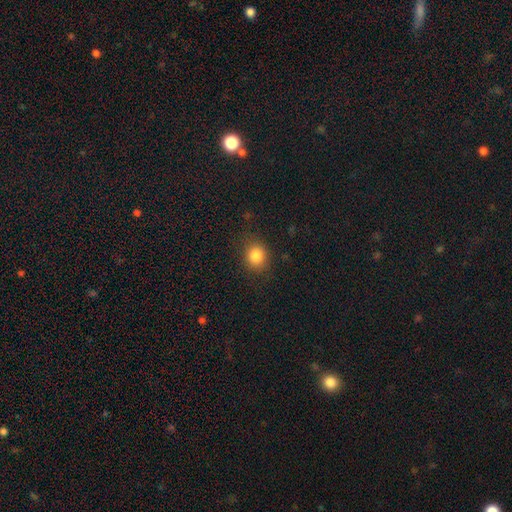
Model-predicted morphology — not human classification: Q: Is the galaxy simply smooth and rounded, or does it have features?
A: smooth — 84%.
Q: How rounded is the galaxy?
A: round — 74%.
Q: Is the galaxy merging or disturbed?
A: none — 84%.